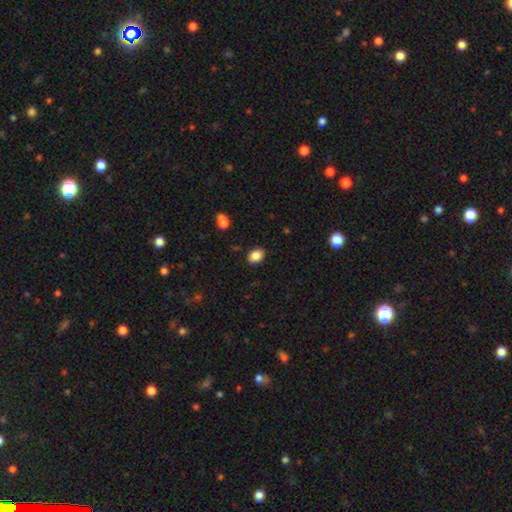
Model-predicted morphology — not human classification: smooth 87%, star or artifact 9%, featured or disk 4%. Down the decision tree: how rounded — in between (66%); merging — none (87%).